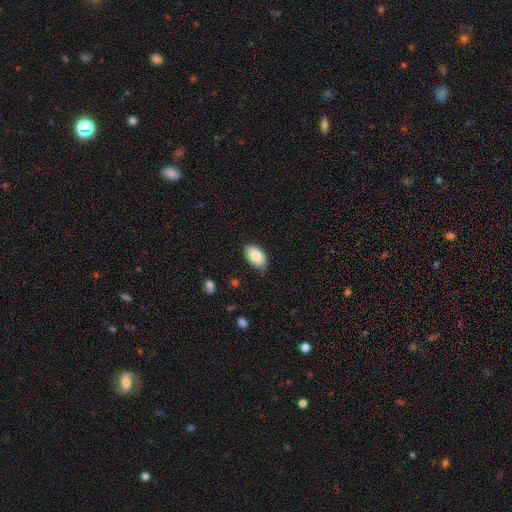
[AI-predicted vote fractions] This appears to be a smooth galaxy with no disk features (83%) that is in between round and cigar-shaped (93%). Merging: none (75%).